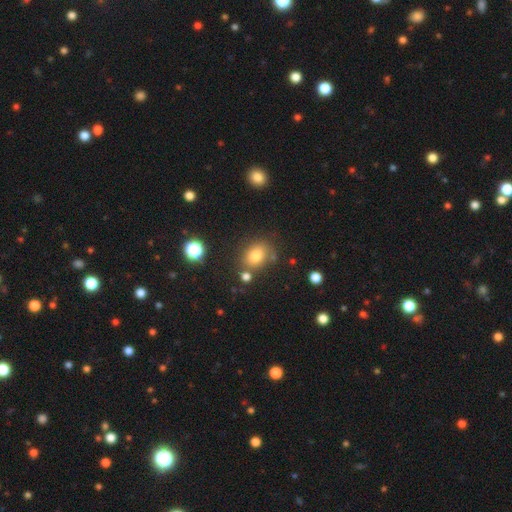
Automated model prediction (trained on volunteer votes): Smooth or featured? smooth (77%)
How rounded? in between (54%)
Merging? none (71%)